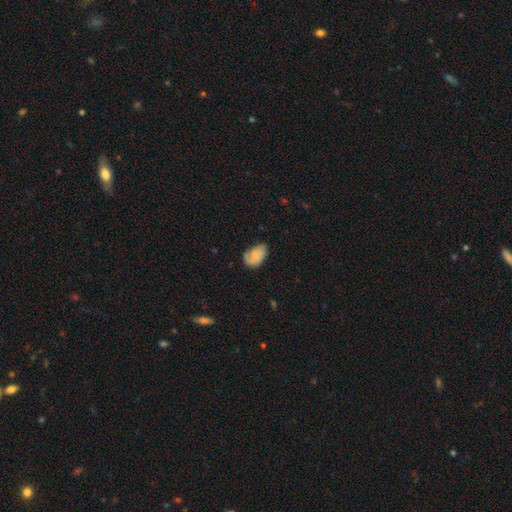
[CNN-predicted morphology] type=smooth (65%); roundness=in between (87%); merging=none (52%).